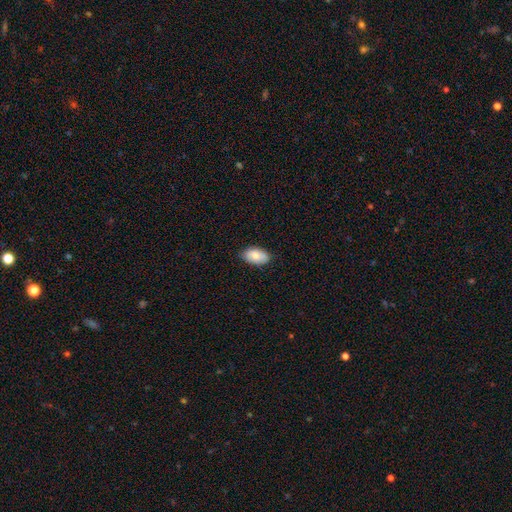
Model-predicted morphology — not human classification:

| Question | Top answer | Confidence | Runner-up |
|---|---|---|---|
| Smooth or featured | smooth | 83% | featured or disk (10%) |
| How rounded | in between | 94% | round (4%) |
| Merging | none | 82% | minor disturbance (15%) |